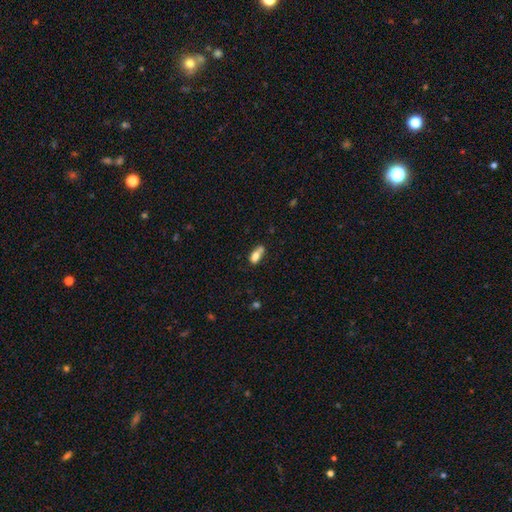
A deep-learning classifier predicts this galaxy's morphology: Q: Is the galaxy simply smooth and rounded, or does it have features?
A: smooth — 73%.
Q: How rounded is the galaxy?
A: in between — 79%.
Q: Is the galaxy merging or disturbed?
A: merger — 35%.